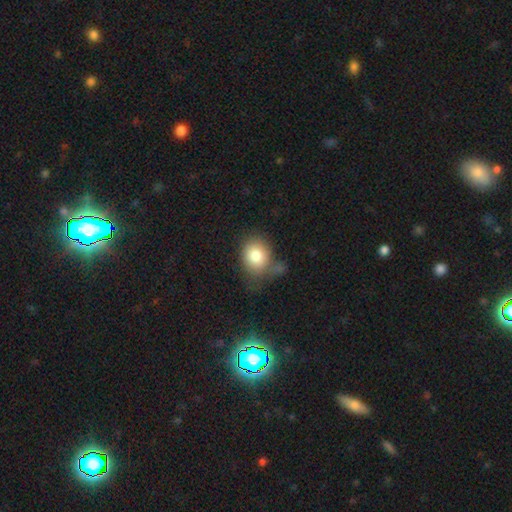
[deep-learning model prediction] A smooth galaxy with no disk features (81%) that is round (62%). Merging: none (48%).